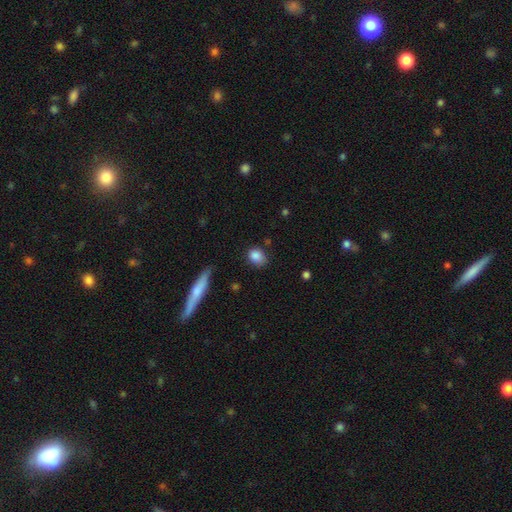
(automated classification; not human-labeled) smooth-or-featured: smooth: 85% | star or artifact: 8% | featured or disk: 6%
  how-rounded: in between: 56% | round: 42% | cigar-shaped: 2%
  merging: none: 70% | minor disturbance: 22% | major disturbance: 5% | merger: 3%